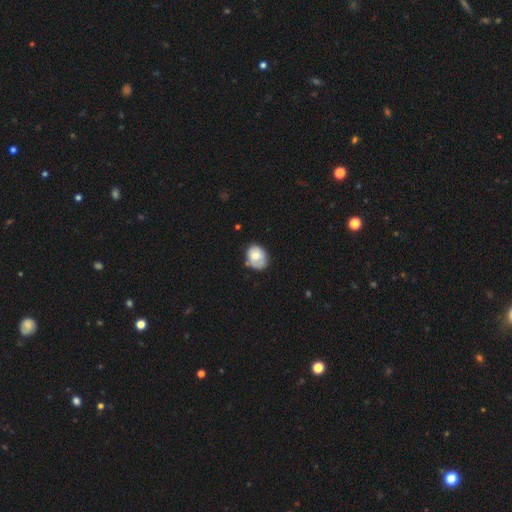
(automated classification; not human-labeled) This is likely a smooth galaxy (66%). How rounded: likely in between (63%). Merging: possibly none (58%).